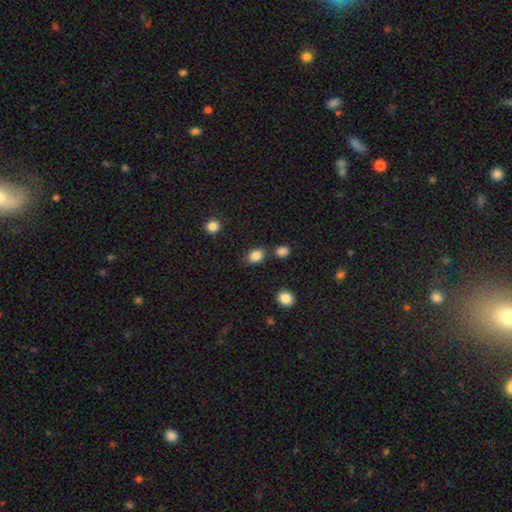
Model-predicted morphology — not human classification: Q: Smooth or featured?
A: smooth (85%); runner-up: star or artifact (10%)
Q: How rounded?
A: in between (70%); runner-up: round (29%)
Q: Merging?
A: none (72%); runner-up: minor disturbance (14%)